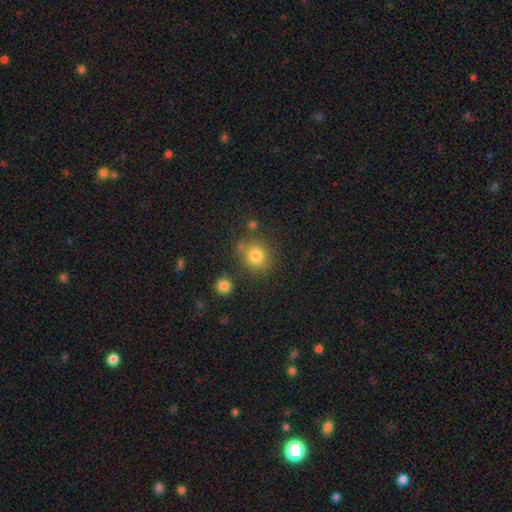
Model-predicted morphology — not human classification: This is clearly a smooth galaxy (81%). How rounded: likely round (80%). Merging: likely none (77%).